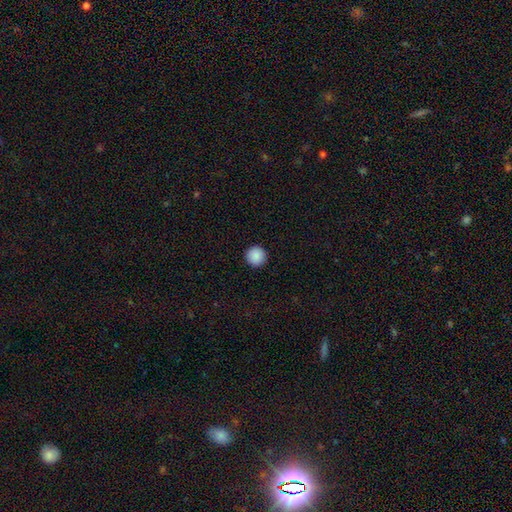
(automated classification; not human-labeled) Morphology: type=smooth (89%); roundness=round (96%); merging=none (93%).